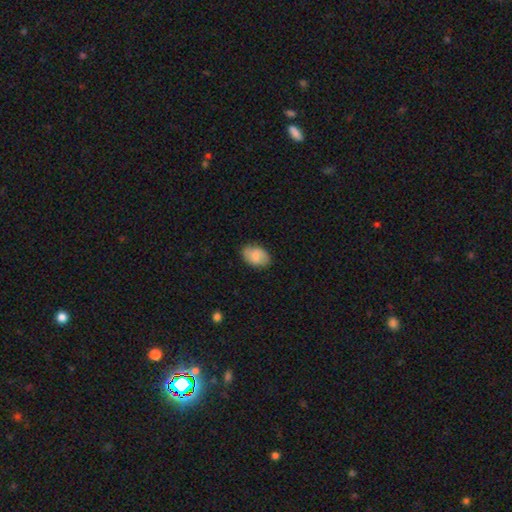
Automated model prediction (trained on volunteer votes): Morphology: type=smooth (75%); roundness=in between (86%); merging=none (82%).